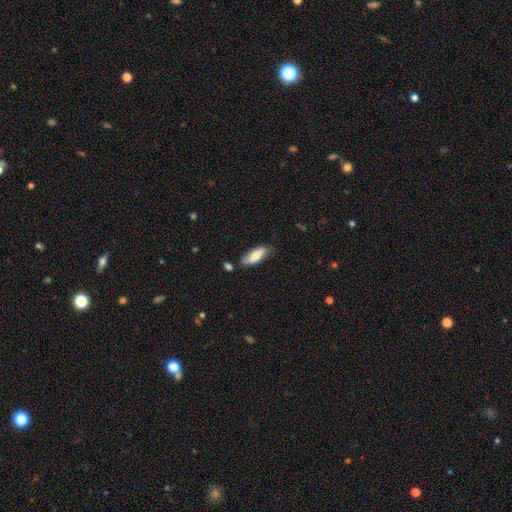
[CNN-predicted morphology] smooth-or-featured: smooth: 76% | featured or disk: 17% | star or artifact: 6%
  how-rounded: in between: 73% | cigar-shaped: 25% | round: 2%
  merging: none: 72% | minor disturbance: 20% | merger: 4% | major disturbance: 3%